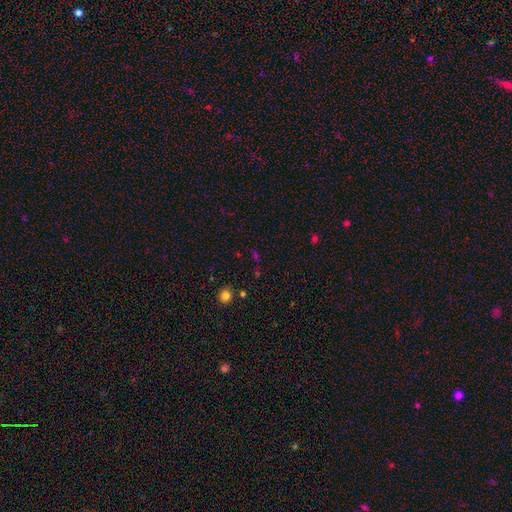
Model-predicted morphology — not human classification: Q: Smooth or featured?
A: star or artifact (53%); runner-up: smooth (37%)